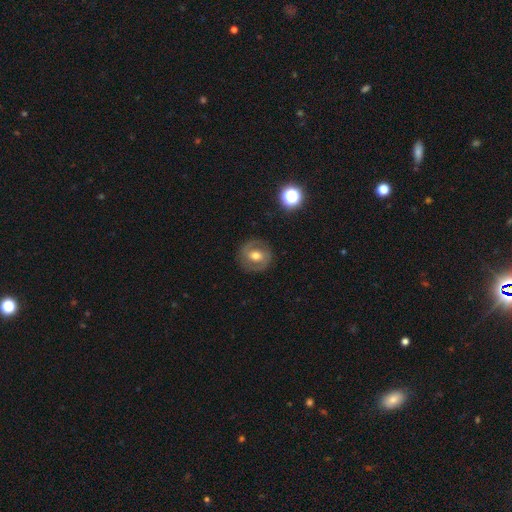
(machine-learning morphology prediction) Smooth or featured? featured or disk (60%)
Edge-on disk? no (96%)
Bar? weak (42%)
Spiral arms? yes (71%)
Bulge size? moderate (73%)
Merging? none (85%)